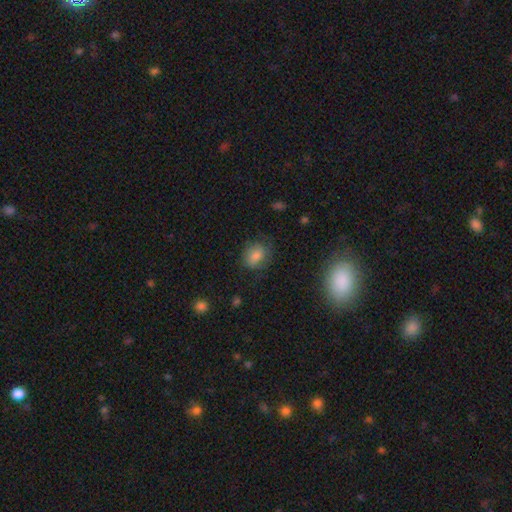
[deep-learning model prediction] Smooth or featured? Predicted: smooth (p=0.77). How rounded? Predicted: in between (p=0.55). Merging? Predicted: none (p=0.68).